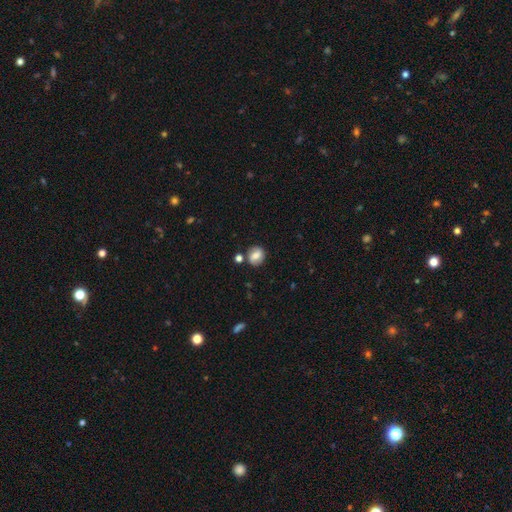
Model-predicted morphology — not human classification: Smooth or featured: smooth — 66% (featured or disk — 25%)
How rounded: round — 68% (in between — 31%)
Merging: none — 73% (minor disturbance — 14%)